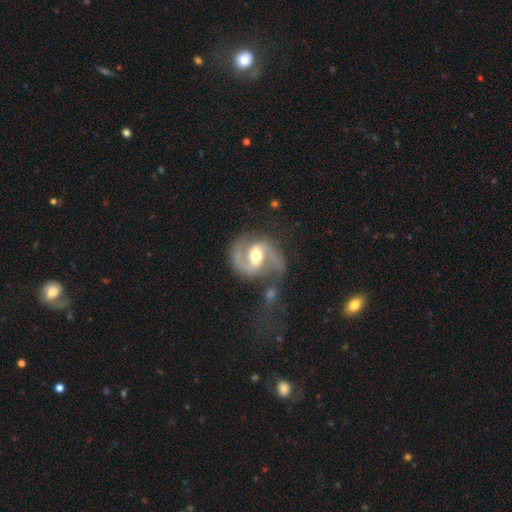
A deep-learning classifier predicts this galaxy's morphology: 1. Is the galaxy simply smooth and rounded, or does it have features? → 90% featured or disk, 6% smooth, 5% star or artifact.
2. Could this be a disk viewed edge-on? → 98% no, 2% yes.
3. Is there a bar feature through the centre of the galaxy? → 48% weak, 27% strong, 25% no.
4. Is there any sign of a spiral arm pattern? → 97% yes, 3% no.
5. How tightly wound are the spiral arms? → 61% medium, 21% loose, 18% tight.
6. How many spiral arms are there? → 92% 2, 3% 1, 2% can't tell, 1% 3, 1% 4, 1% more than 4.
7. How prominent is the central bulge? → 73% moderate, 13% large, 12% small, 1% dominant, 1% none.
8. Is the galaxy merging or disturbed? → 62% none, 18% minor disturbance, 12% major disturbance, 8% merger.